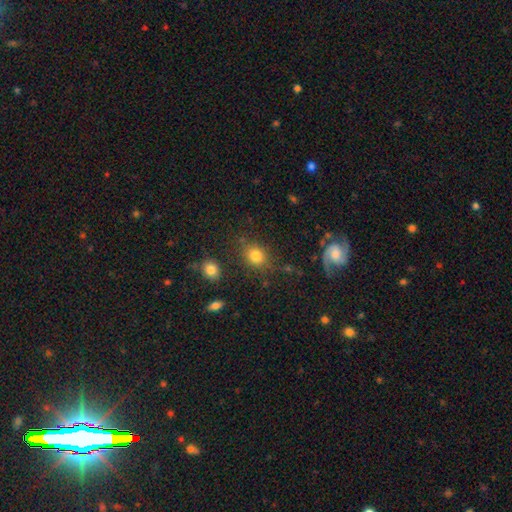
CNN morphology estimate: type=smooth (80%); roundness=round (59%); merging=none (75%).